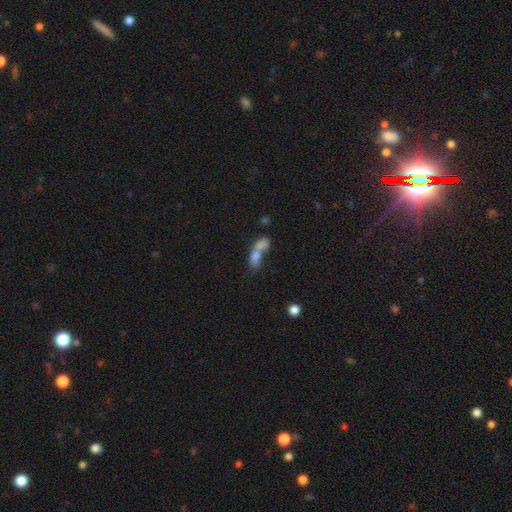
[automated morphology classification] type=smooth (71%); roundness=in between (70%); merging=merger (72%).